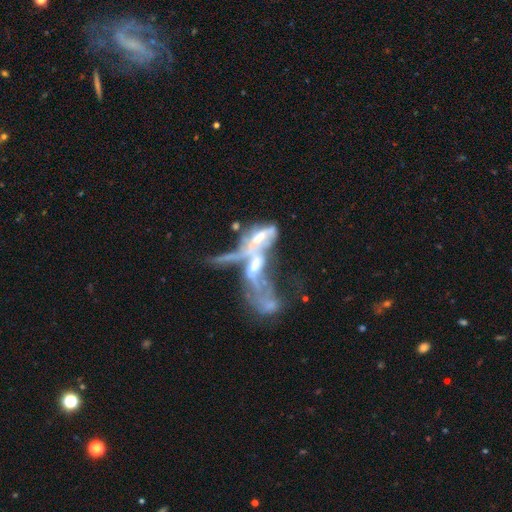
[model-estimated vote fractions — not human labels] featured or disk 70%, smooth 16%, star or artifact 14%. Down the decision tree: edge-on disk — no (77%); bar — no (72%); spiral arms — no (62%); bulge size — moderate (38%); merging — merger (71%).